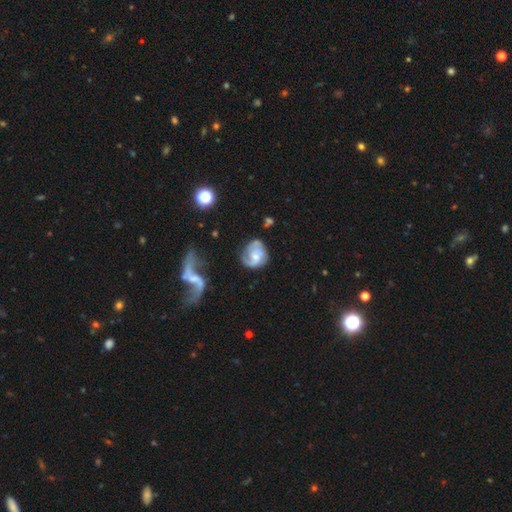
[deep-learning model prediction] A featured or disk galaxy (70%) with no bar (64%), 2 (54%) medium (41%) spiral arms (89%) and a moderate central bulge (43%, tied with small). Merging: none (53%).